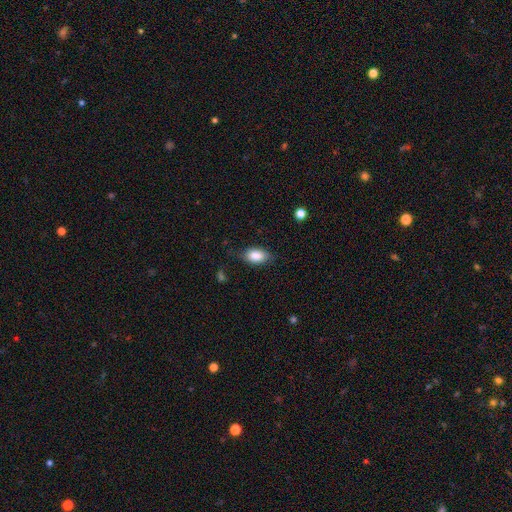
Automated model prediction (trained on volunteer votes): smooth_or_featured: smooth (p=0.85) [alt: featured or disk p=0.08]
how_rounded: in between (p=0.90) [alt: round p=0.07]
merging: none (p=0.74) [alt: minor disturbance p=0.20]